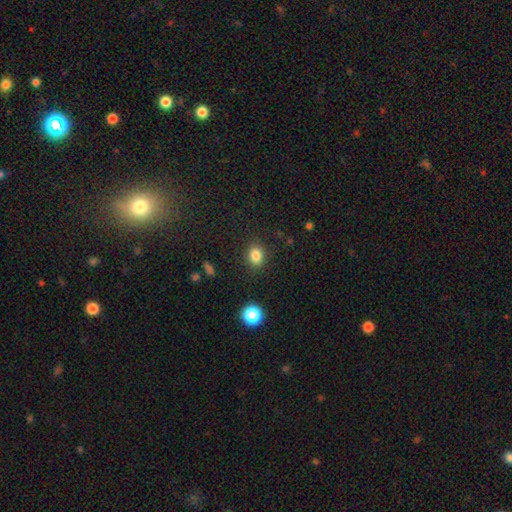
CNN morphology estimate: Smooth or featured? Predicted: smooth (p=0.83). How rounded? Predicted: round (p=0.56). Merging? Predicted: none (p=0.87).